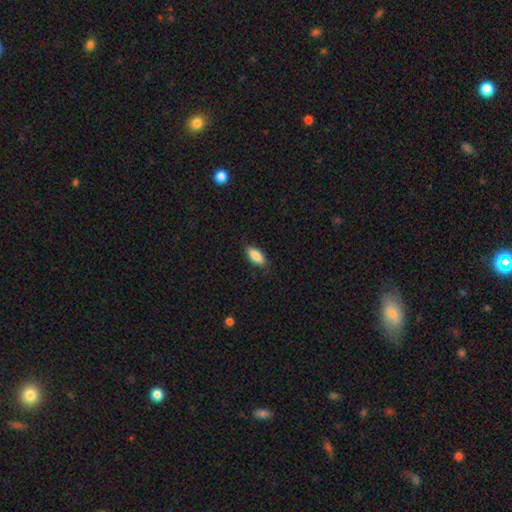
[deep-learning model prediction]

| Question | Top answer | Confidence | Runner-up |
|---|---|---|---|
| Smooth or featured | smooth | 85% | featured or disk (8%) |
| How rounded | in between | 83% | cigar-shaped (14%) |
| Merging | none | 80% | minor disturbance (15%) |